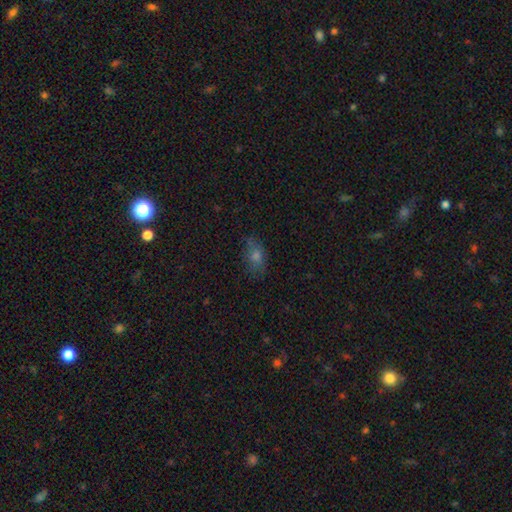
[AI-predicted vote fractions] A smooth galaxy with no disk features (61%) that is in between round and cigar-shaped (75%). Merging: none (76%).